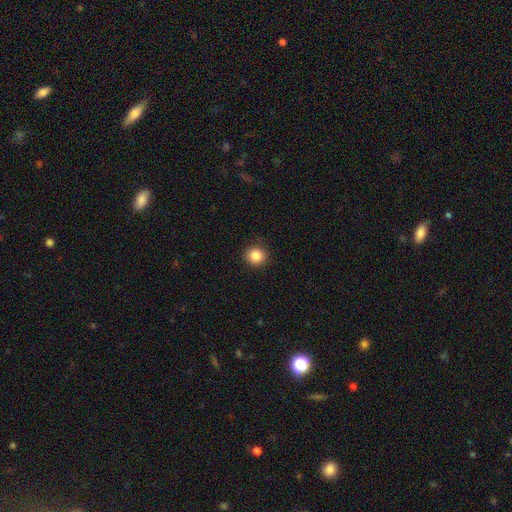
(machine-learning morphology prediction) Smooth or featured? smooth (85%)
How rounded? round (92%)
Merging? none (90%)